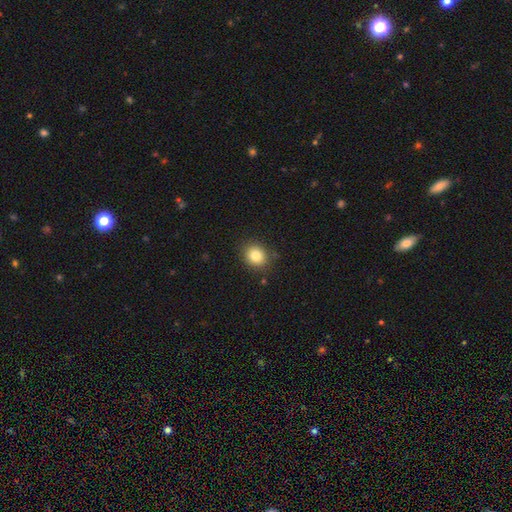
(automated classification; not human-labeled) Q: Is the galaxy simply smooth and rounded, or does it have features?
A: smooth — 83%.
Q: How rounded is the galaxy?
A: round — 73%.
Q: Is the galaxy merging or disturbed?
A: none — 86%.